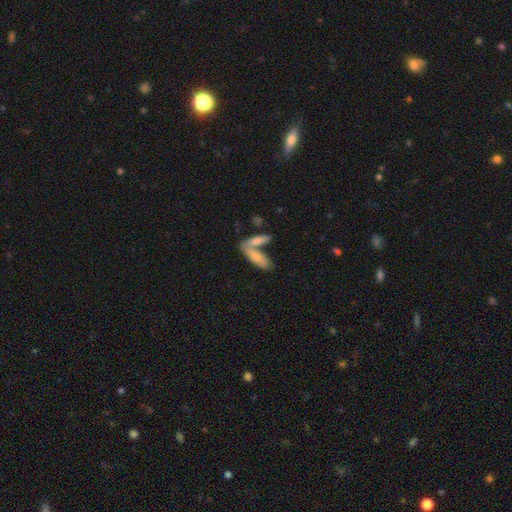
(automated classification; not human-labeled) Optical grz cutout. It shows a smooth galaxy with no disk features (73%) that is in between round and cigar-shaped (51%). Merging: merger (46%).